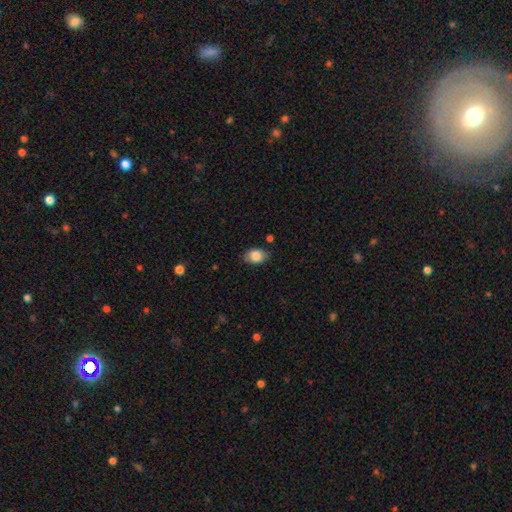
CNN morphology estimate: The model was most divided on "how rounded": in between: 80%, round: 19%, cigar-shaped: 1%. More confident: smooth or featured — smooth (85%); merging — none (80%).